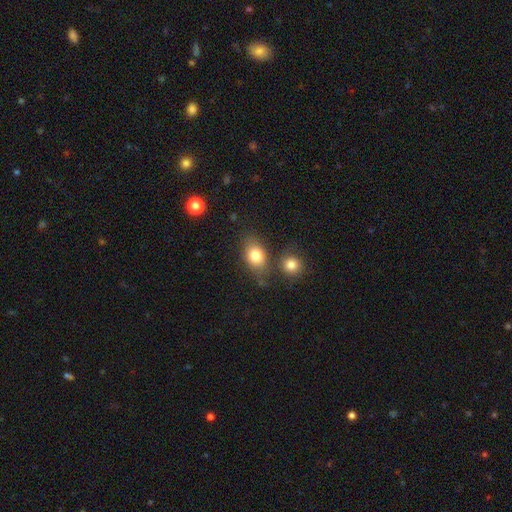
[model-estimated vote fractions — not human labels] A smooth galaxy with no disk features (80%) that is in between round and cigar-shaped (67%).

Vote fractions:
- Smooth or featured? smooth: 80% / featured or disk: 11% / star or artifact: 9%
- How rounded? in between: 67% / round: 31% / cigar-shaped: 2%
- Merging? none: 62% / merger: 18% / minor disturbance: 15% / major disturbance: 5%